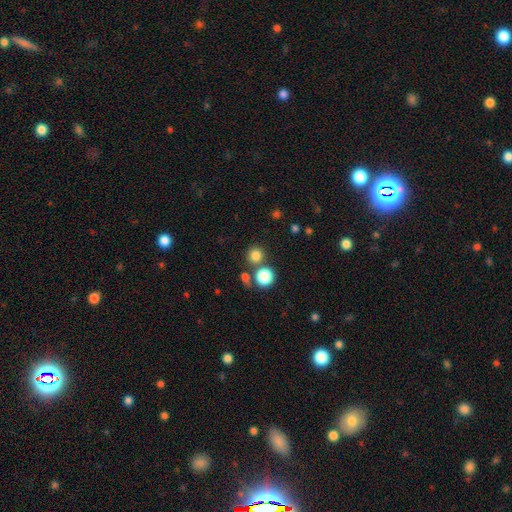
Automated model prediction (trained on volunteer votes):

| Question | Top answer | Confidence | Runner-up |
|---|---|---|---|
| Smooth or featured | smooth | 80% | star or artifact (15%) |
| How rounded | round | 91% | in between (8%) |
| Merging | none | 74% | merger (16%) |